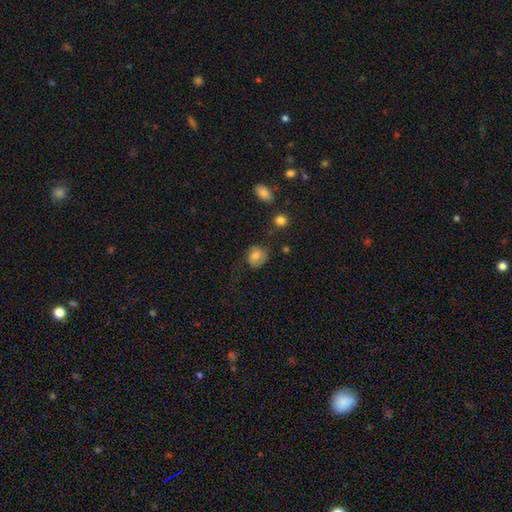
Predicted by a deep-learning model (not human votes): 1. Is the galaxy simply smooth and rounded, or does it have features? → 73% smooth, 18% featured or disk, 9% star or artifact.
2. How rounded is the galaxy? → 60% round, 39% in between, 1% cigar-shaped.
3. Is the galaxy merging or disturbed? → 60% none, 25% minor disturbance, 12% major disturbance, 3% merger.